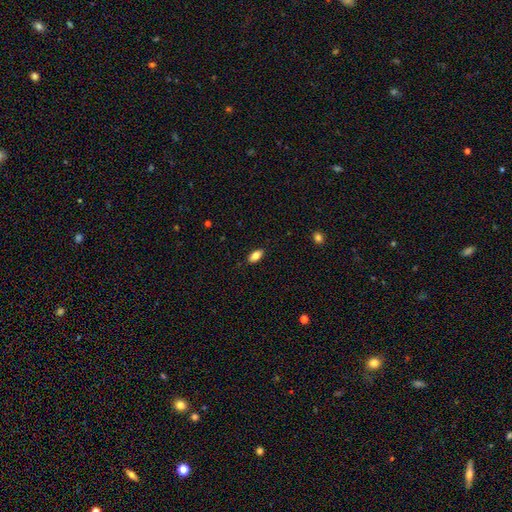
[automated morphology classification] A smooth galaxy with no disk features (81%) that is in between round and cigar-shaped (89%).

Vote fractions:
- Smooth or featured? smooth: 81% / featured or disk: 11% / star or artifact: 8%
- How rounded? in between: 89% / cigar-shaped: 7% / round: 4%
- Merging? none: 88% / minor disturbance: 9% / major disturbance: 2% / merger: 1%